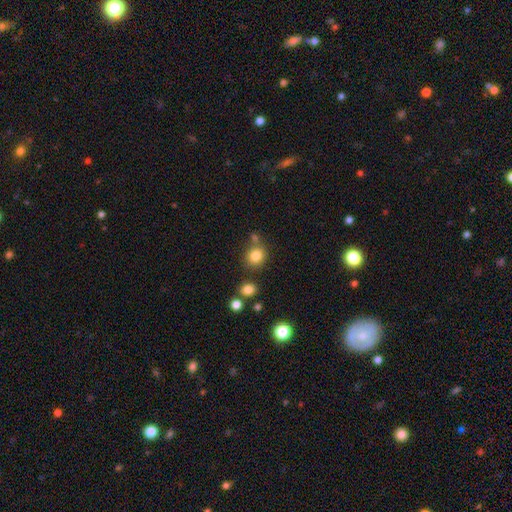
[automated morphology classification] smooth_or_featured: smooth (p=0.82) [alt: star or artifact p=0.11]
how_rounded: round (p=0.80) [alt: in between p=0.19]
merging: none (p=0.71) [alt: merger p=0.13]